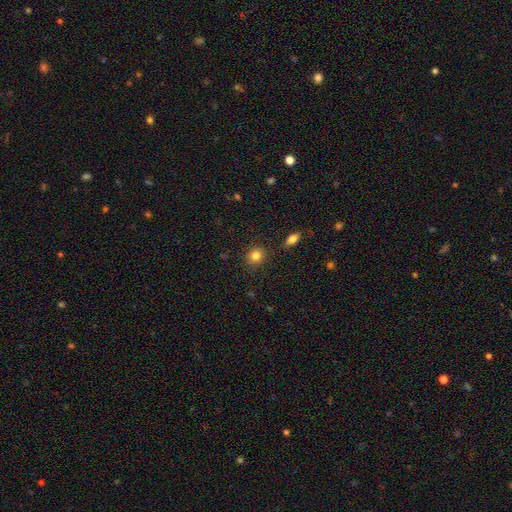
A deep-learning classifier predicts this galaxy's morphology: This appears to be a smooth galaxy with no disk features (84%) that is round (79%). Merging: none (87%).